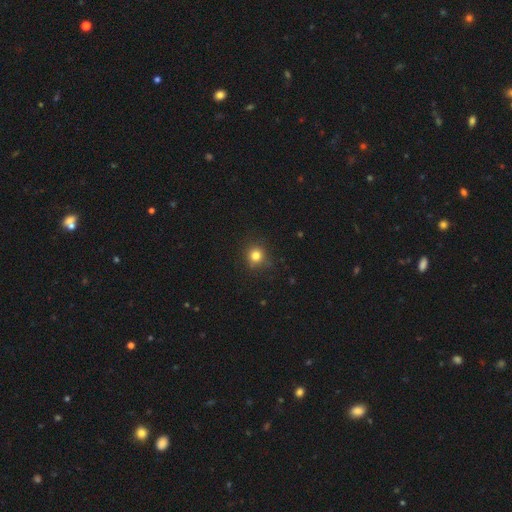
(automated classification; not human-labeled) This appears to be a smooth galaxy with no disk features (80%) that is round (90%). Merging: none (84%).